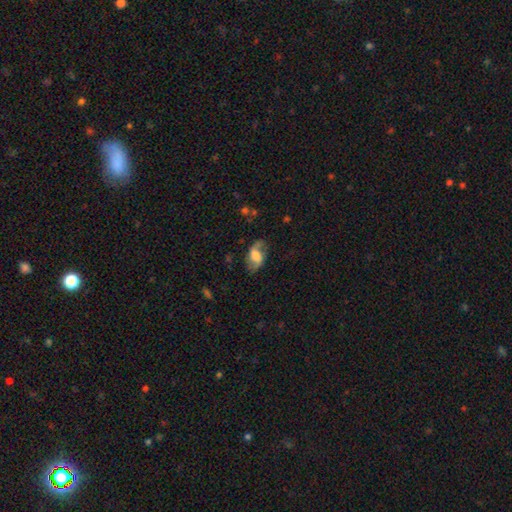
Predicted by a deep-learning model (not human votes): A featured or disk galaxy (54%) with a weak bar (42%), spiral arms (81%) and a large central bulge (41%).

Vote fractions:
- Smooth or featured? featured or disk: 54% / smooth: 37% / star or artifact: 8%
- Edge-on disk? no: 94% / yes: 6%
- Bar? weak: 42% / no: 37% / strong: 21%
- Spiral arms? yes: 81% / no: 19%
- Bulge size? large: 41% / moderate: 21% / none: 18% / small: 11% / dominant: 9%
- Merging? none: 68% / minor disturbance: 20% / major disturbance: 10% / merger: 2%